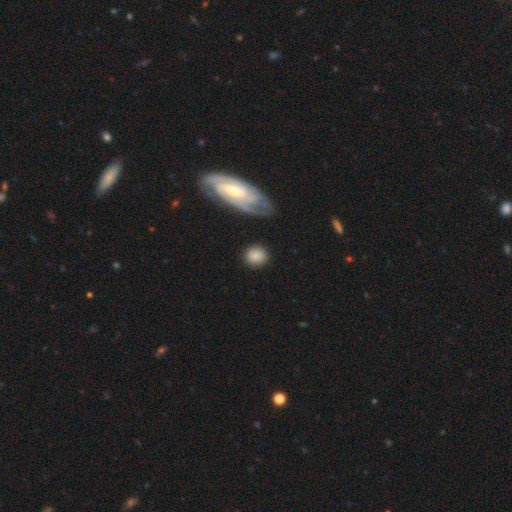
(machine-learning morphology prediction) smooth 80%, featured or disk 13%, star or artifact 8%. Down the decision tree: how rounded — round (80%); merging — none (84%).